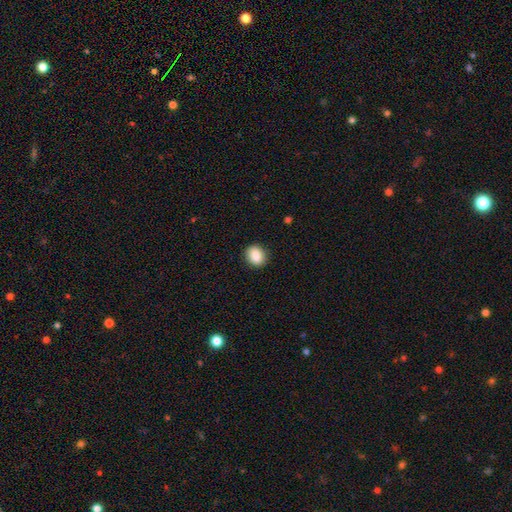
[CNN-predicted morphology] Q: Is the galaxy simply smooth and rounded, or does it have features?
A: smooth — 88%.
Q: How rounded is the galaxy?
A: round — 60%.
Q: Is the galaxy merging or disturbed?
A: none — 89%.